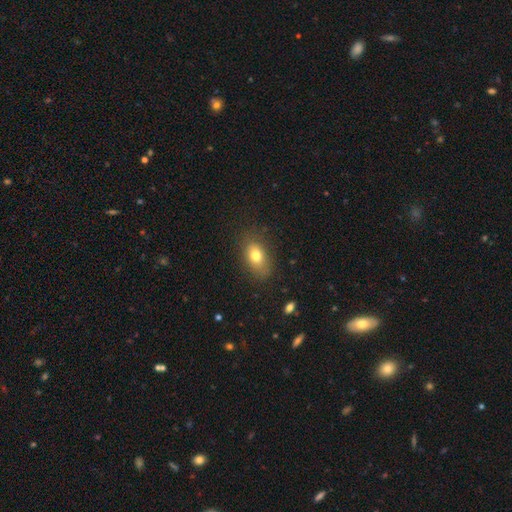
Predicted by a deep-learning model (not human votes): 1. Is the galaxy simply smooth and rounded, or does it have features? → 75% smooth, 15% featured or disk, 10% star or artifact.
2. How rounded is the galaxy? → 81% in between, 16% round, 2% cigar-shaped.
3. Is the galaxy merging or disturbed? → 78% none, 15% minor disturbance, 5% major disturbance, 1% merger.